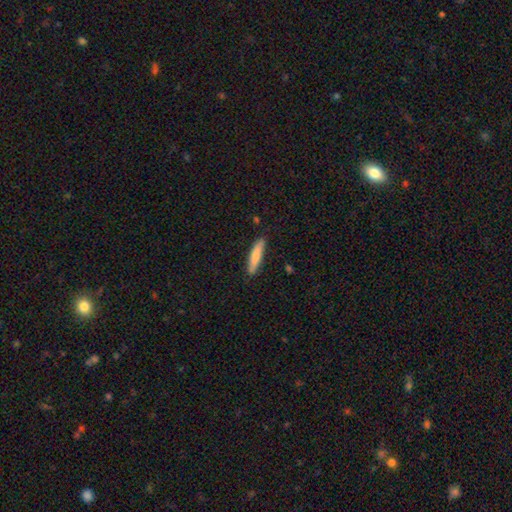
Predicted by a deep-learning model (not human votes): Overall: smooth (77%). How rounded: cigar-shaped (84%). Merging: none (86%).